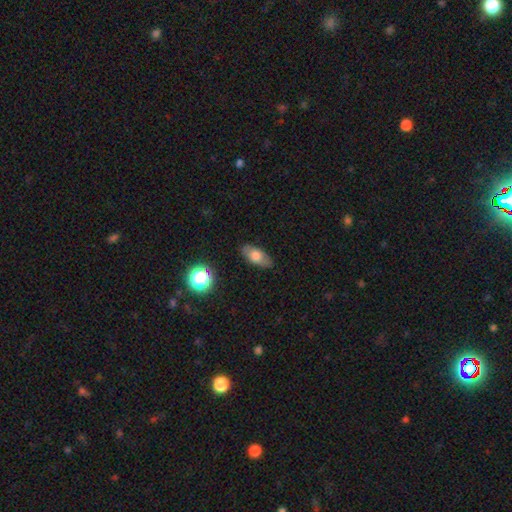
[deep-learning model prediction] This appears to be a smooth galaxy with no disk features (71%) that is in between round and cigar-shaped (85%). Merging: none (83%).